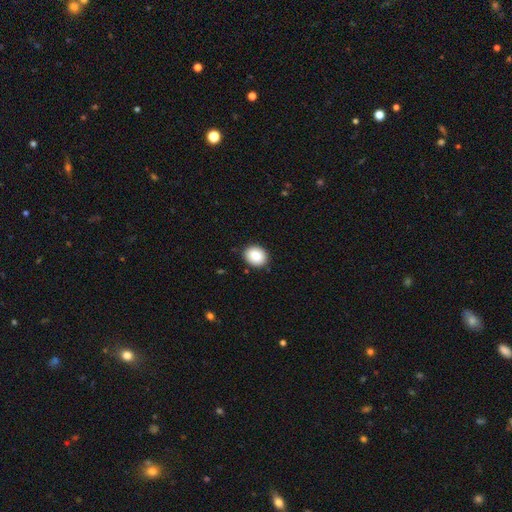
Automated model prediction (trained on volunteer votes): This appears to be a smooth galaxy with no disk features (87%) that is round (53%). Merging: none (88%).